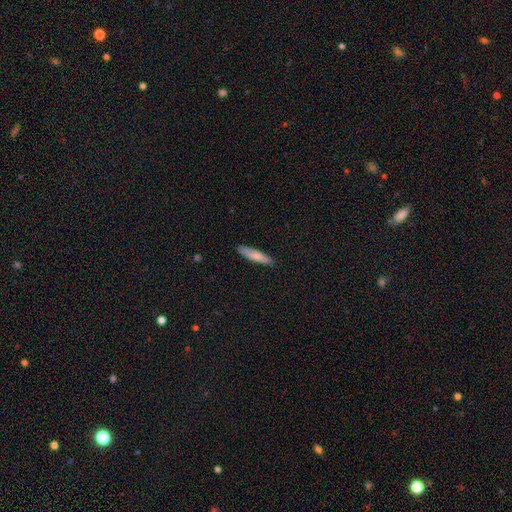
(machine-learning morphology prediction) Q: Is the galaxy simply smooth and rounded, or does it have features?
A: smooth — 77%.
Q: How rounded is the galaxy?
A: cigar-shaped — 82%.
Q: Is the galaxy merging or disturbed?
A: none — 90%.